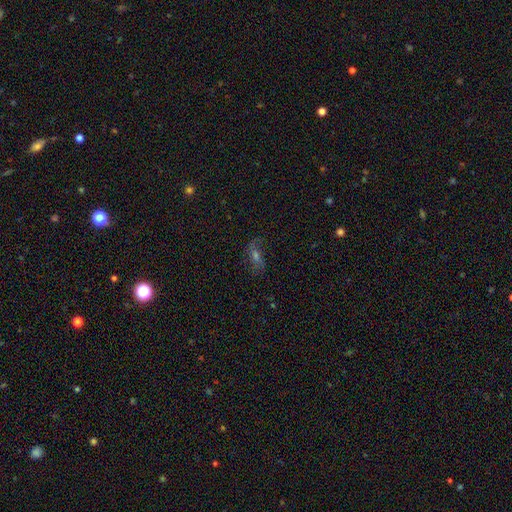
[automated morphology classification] This appears to be a featured or disk galaxy (52%). Merging: none (64%).